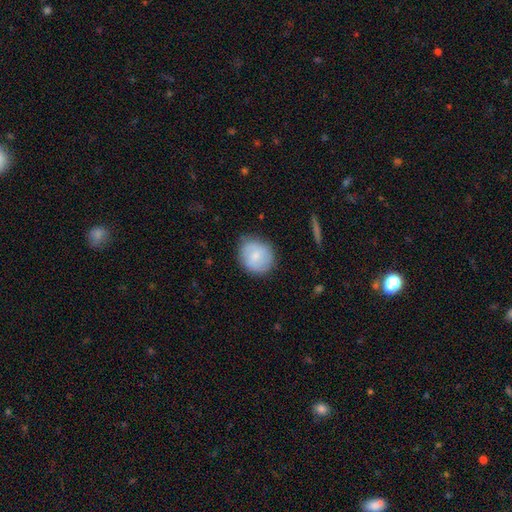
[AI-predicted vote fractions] Smooth or featured? Predicted: smooth (p=0.71). How rounded? Predicted: round (p=0.79). Merging? Predicted: none (p=0.76).